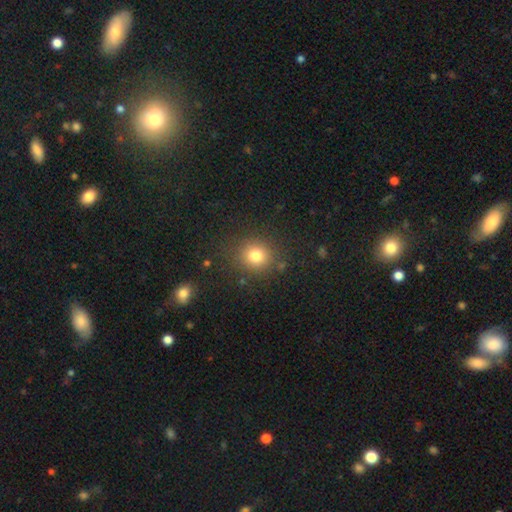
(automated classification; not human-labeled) Morphology: type=smooth (79%); roundness=round (84%); merging=none (85%).